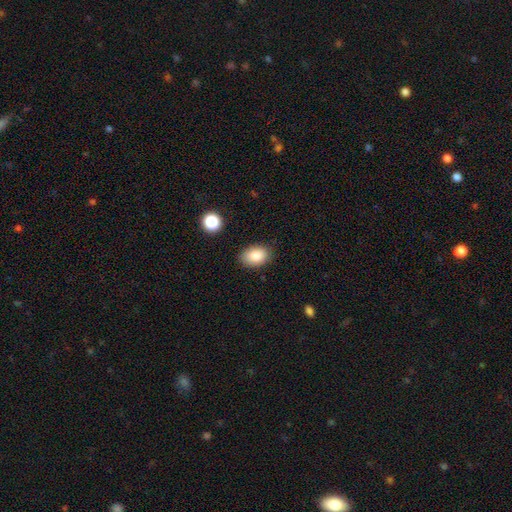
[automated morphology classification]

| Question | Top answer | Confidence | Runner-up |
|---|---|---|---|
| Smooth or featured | smooth | 86% | star or artifact (8%) |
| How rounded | in between | 84% | round (15%) |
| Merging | none | 83% | minor disturbance (13%) |